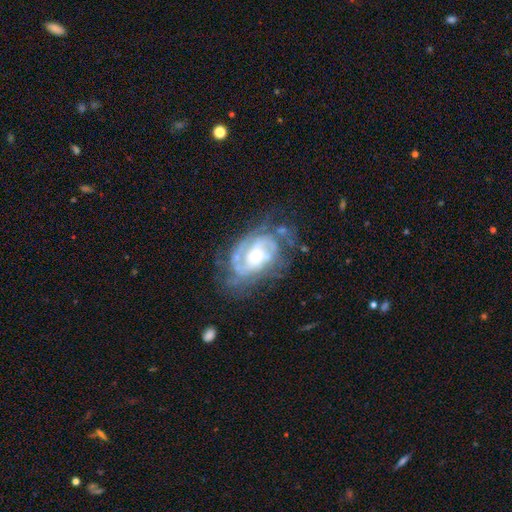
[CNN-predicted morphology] Q: Smooth or featured?
A: featured or disk (84%); runner-up: smooth (9%)
Q: Edge-on disk?
A: no (97%); runner-up: yes (3%)
Q: Bar?
A: no (62%); runner-up: weak (29%)
Q: Spiral arms?
A: yes (92%); runner-up: no (8%)
Q: Spiral winding?
A: tight (59%); runner-up: medium (33%)
Q: Spiral arm count?
A: can't tell (34%); runner-up: 2 (32%)
Q: Bulge size?
A: small (51%); runner-up: moderate (39%)
Q: Merging?
A: none (58%); runner-up: minor disturbance (23%)